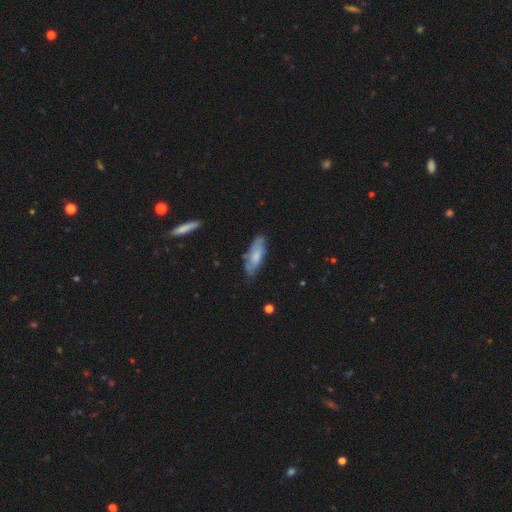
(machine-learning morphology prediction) Smooth or featured? smooth (59%)
How rounded? in between (62%)
Merging? none (71%)